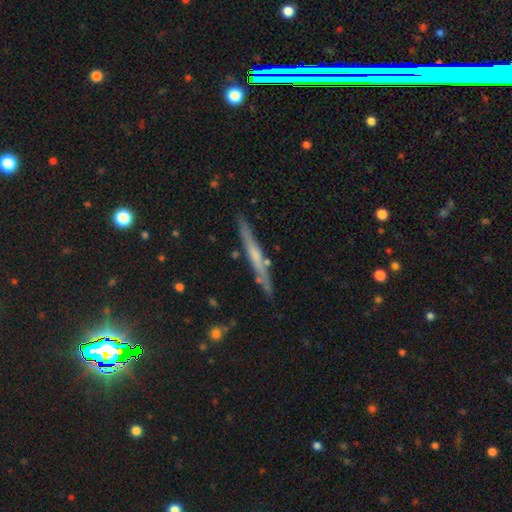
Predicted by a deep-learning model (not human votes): A featured or disk galaxy (56%) viewed edge-on (94%) with no central bulge (63%).

Vote fractions:
- Smooth or featured? featured or disk: 56% / smooth: 38% / star or artifact: 6%
- Edge-on disk? yes: 94% / no: 6%
- Edge-on bulge? none: 63% / rounded: 28% / boxy: 9%
- Merging? none: 84% / minor disturbance: 11% / merger: 3% / major disturbance: 2%